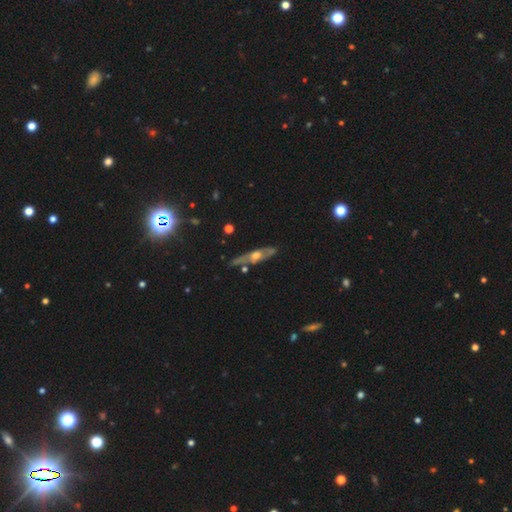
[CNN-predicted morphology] Smooth or featured: featured or disk — 67% (smooth — 27%)
Edge-on disk: yes — 68% (no — 32%)
Merging: none — 71% (minor disturbance — 19%)